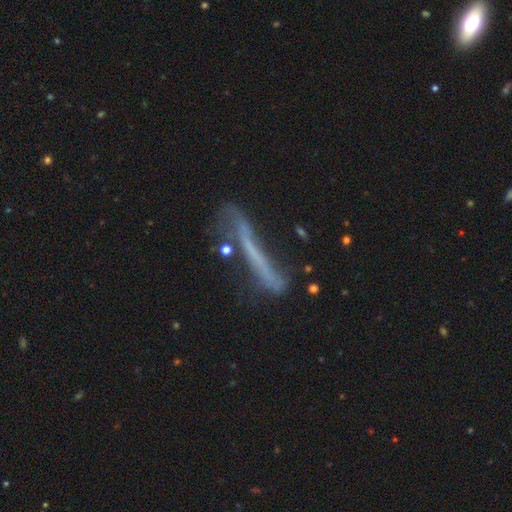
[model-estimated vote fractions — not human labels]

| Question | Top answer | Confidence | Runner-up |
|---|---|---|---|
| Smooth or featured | featured or disk | 50% | smooth (39%) |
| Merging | none | 47% | minor disturbance (25%) |